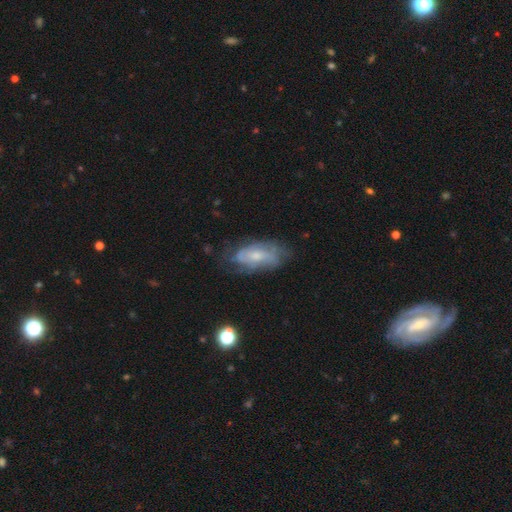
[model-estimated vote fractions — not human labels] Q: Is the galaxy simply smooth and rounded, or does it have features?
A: featured or disk — 61%.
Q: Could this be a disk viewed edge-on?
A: no — 90%.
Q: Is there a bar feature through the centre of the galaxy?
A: no — 63%.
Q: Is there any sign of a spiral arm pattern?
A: yes — 75%.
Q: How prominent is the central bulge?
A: small — 49%.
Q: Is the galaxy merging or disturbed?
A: none — 61%.